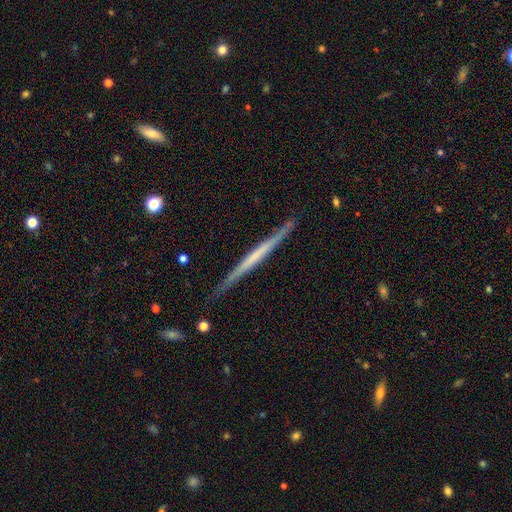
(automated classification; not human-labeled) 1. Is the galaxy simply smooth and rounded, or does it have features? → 63% featured or disk, 32% smooth, 5% star or artifact.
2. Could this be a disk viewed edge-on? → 97% yes, 3% no.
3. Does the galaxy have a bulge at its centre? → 84% none, 9% rounded, 7% boxy.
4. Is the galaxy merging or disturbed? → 86% none, 11% minor disturbance, 2% major disturbance, 2% merger.